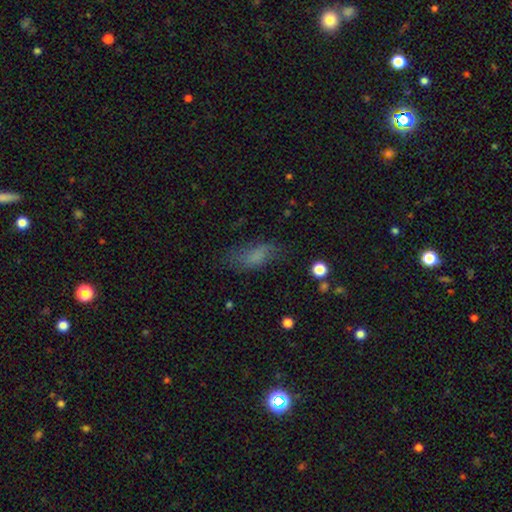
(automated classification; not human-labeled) A smooth galaxy with no disk features (68%) that is in between round and cigar-shaped (80%).

Vote fractions:
- Smooth or featured? smooth: 68% / featured or disk: 19% / star or artifact: 13%
- How rounded? in between: 80% / cigar-shaped: 16% / round: 4%
- Merging? none: 56% / minor disturbance: 25% / major disturbance: 17% / merger: 2%